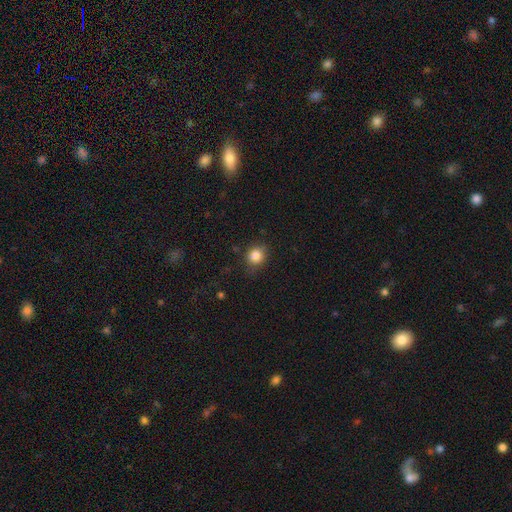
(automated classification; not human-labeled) A smooth galaxy with no disk features (84%) that is round (79%). Merging: none (77%).